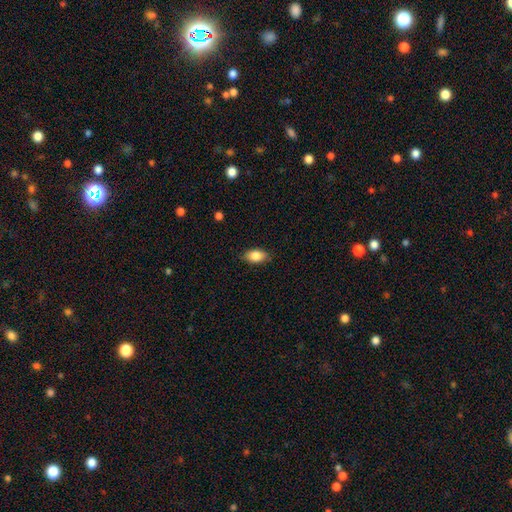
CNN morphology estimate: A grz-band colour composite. It shows a smooth galaxy with no disk features (85%) that is in between round and cigar-shaped (90%). Merging: none (84%).